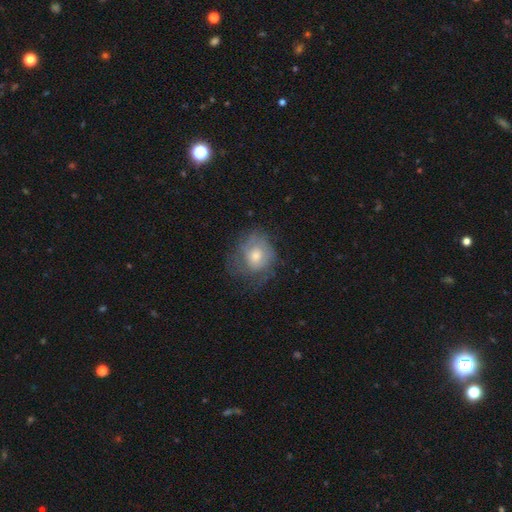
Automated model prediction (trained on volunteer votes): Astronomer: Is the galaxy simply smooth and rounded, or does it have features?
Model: featured or disk — 46% (runner-up: smooth, 44%).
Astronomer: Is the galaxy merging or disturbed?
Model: none — 55%.